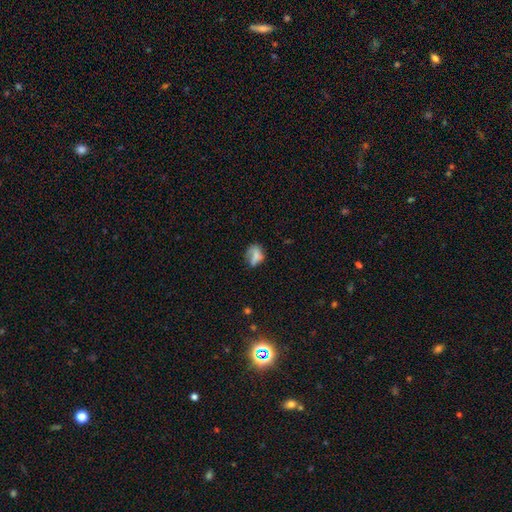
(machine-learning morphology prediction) type=smooth (65%); roundness=in between (60%); merging=none (39%).